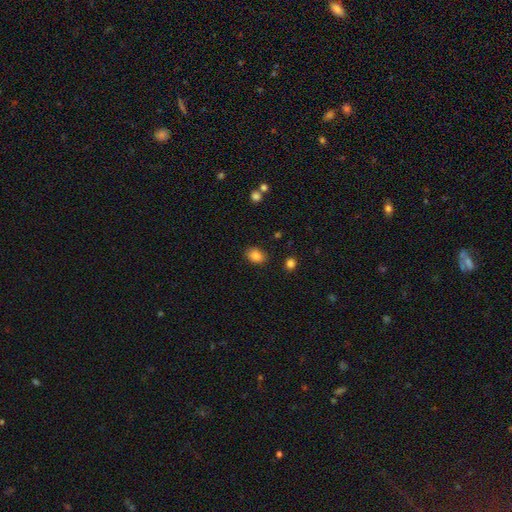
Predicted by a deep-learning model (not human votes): Smooth or featured: smooth — 85% (star or artifact — 9%)
How rounded: in between — 73% (round — 26%)
Merging: none — 84% (minor disturbance — 11%)